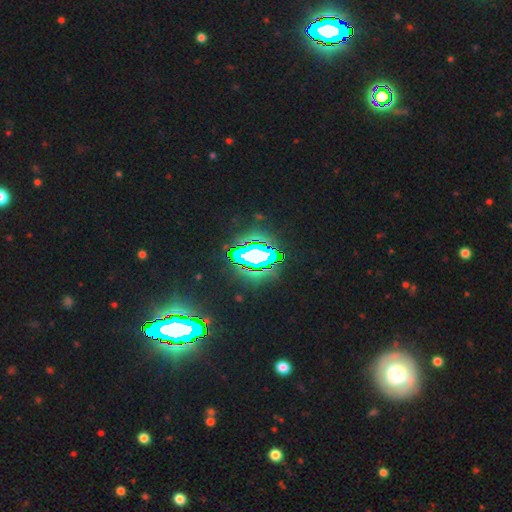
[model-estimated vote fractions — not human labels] Q: Smooth or featured?
A: star or artifact (68%); runner-up: smooth (16%)